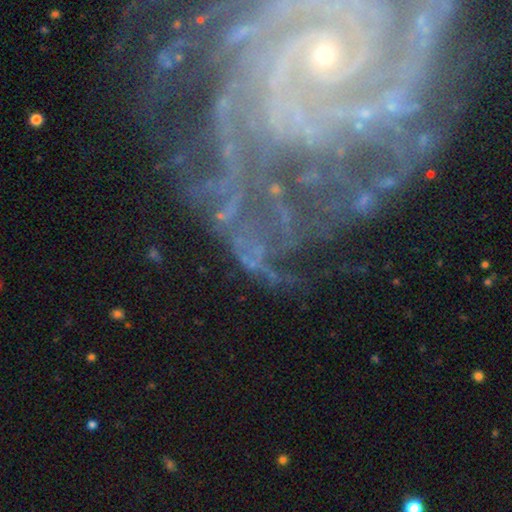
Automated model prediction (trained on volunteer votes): Smooth or featured: featured or disk — 46% (star or artifact — 41%)
Merging: none — 57% (major disturbance — 20%)